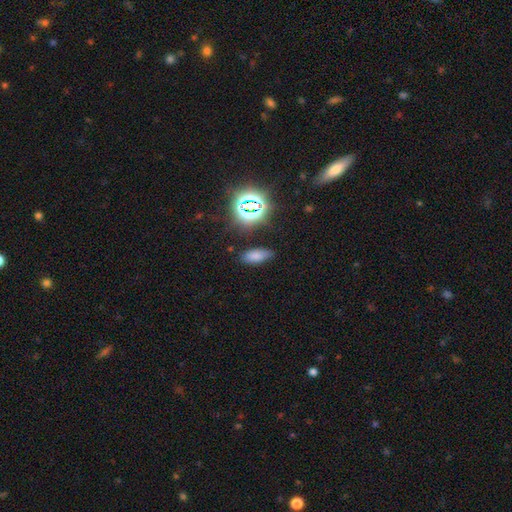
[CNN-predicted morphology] Smooth or featured? smooth (70%)
How rounded? in between (81%)
Merging? none (79%)